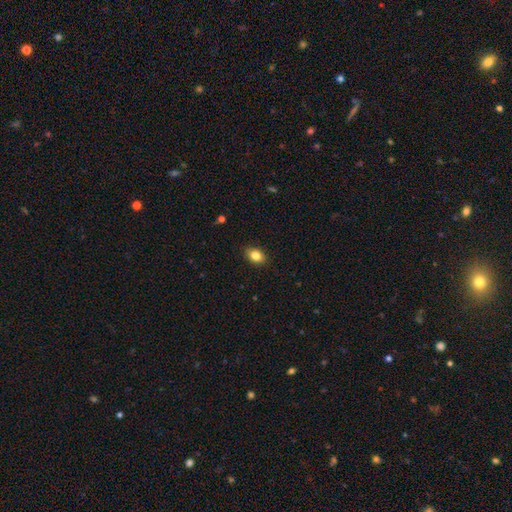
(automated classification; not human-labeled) This appears to be a smooth galaxy with no disk features (84%) that is in between round and cigar-shaped (74%). Merging: none (86%).